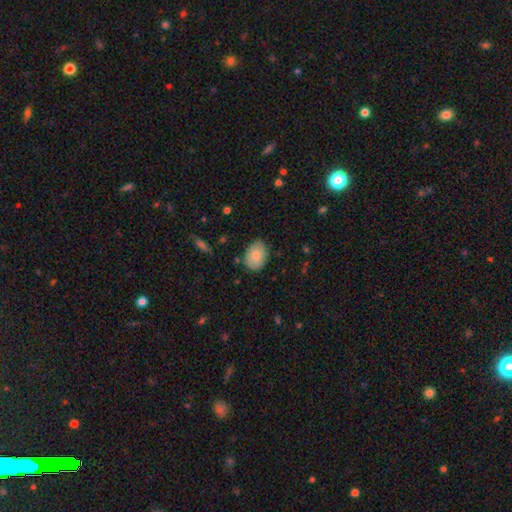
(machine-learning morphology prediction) type=smooth (82%); roundness=in between (77%); merging=none (80%).